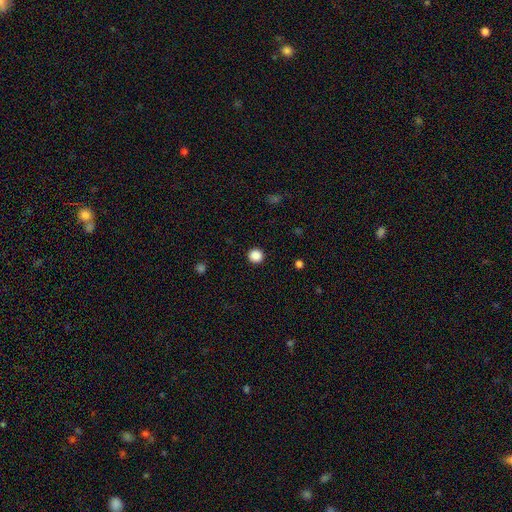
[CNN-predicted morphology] Smooth or featured?
  - smooth: 87% *
  - star or artifact: 10%
  - featured or disk: 2%
How rounded?
  - round: 95% *
  - in between: 5%
  - cigar-shaped: 1%
Merging?
  - none: 93% *
  - minor disturbance: 4%
  - major disturbance: 2%
  - merger: 1%